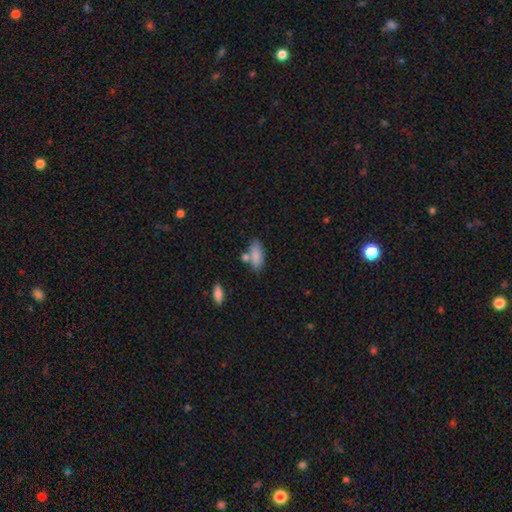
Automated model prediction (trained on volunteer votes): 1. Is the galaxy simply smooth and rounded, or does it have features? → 84% smooth, 9% featured or disk, 7% star or artifact.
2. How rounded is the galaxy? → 82% in between, 15% cigar-shaped, 3% round.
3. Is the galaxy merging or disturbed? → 60% none, 18% merger, 17% minor disturbance, 5% major disturbance.